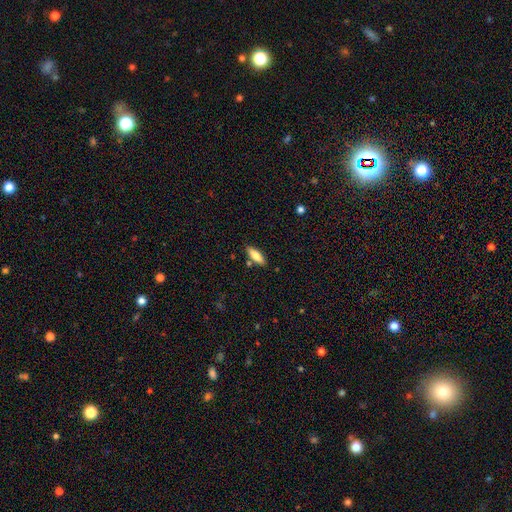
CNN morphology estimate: smooth-or-featured: smooth: 72% | featured or disk: 21% | star or artifact: 7%
  how-rounded: in between: 57% | cigar-shaped: 41% | round: 2%
  merging: none: 83% | minor disturbance: 10% | merger: 4% | major disturbance: 2%